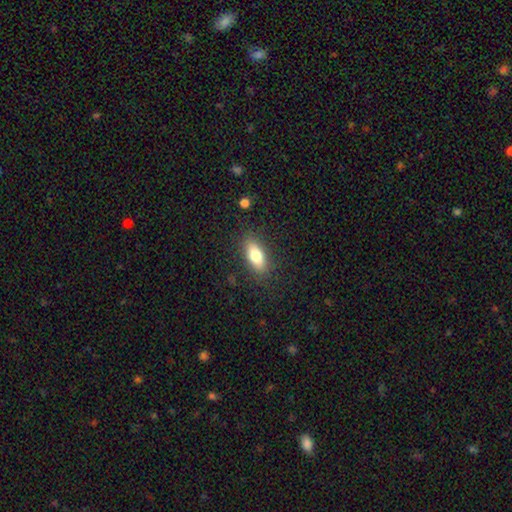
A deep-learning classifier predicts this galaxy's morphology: smooth-or-featured: smooth: 77% | featured or disk: 16% | star or artifact: 7%
  how-rounded: in between: 79% | cigar-shaped: 18% | round: 4%
  merging: none: 85% | minor disturbance: 11% | major disturbance: 3% | merger: 1%